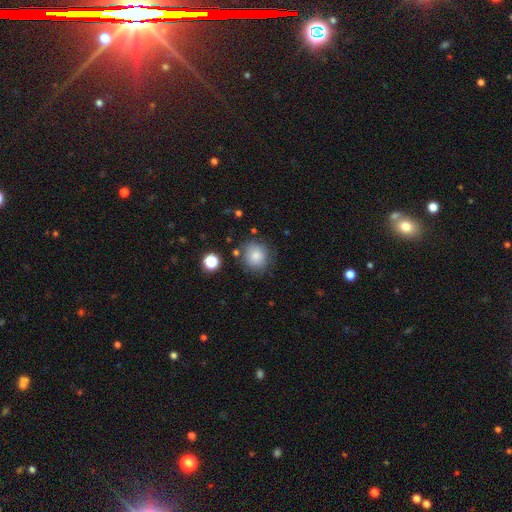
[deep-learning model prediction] A smooth galaxy with no disk features (81%) that is round (88%).

Vote fractions:
- Smooth or featured? smooth: 81% / star or artifact: 10% / featured or disk: 9%
- How rounded? round: 88% / in between: 11% / cigar-shaped: 1%
- Merging? none: 78% / minor disturbance: 14% / major disturbance: 4% / merger: 4%